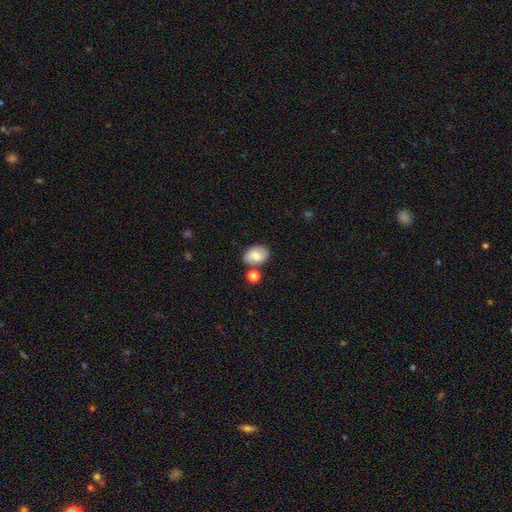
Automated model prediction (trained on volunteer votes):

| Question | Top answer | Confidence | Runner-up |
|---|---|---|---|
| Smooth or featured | smooth | 69% | featured or disk (23%) |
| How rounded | in between | 72% | round (27%) |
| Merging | none | 69% | minor disturbance (15%) |